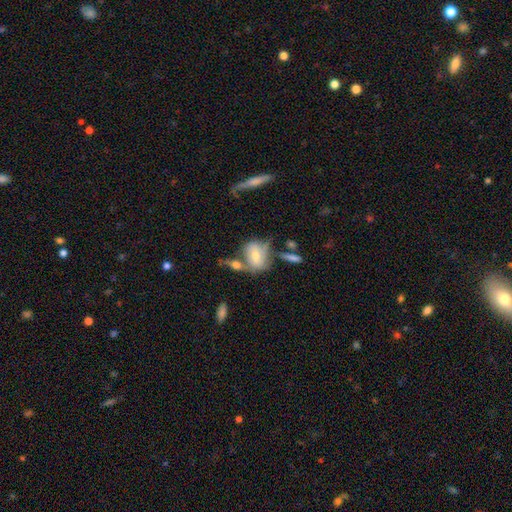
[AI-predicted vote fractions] This appears to be a smooth galaxy with no disk features (57%) that is in between round and cigar-shaped (53%). Merging: none (35%).